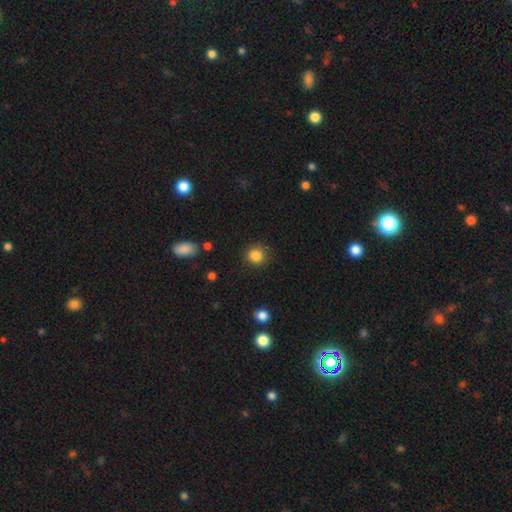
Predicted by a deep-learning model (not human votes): Smooth or featured? Predicted: smooth (p=0.85). How rounded? Predicted: round (p=0.91). Merging? Predicted: none (p=0.85).